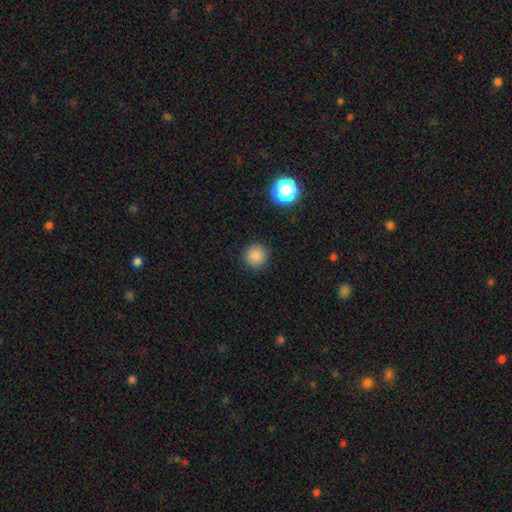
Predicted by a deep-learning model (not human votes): smooth-or-featured: smooth: 84% | star or artifact: 12% | featured or disk: 5%
  how-rounded: round: 95% | in between: 4% | cigar-shaped: 1%
  merging: none: 91% | minor disturbance: 6% | major disturbance: 2% | merger: 1%